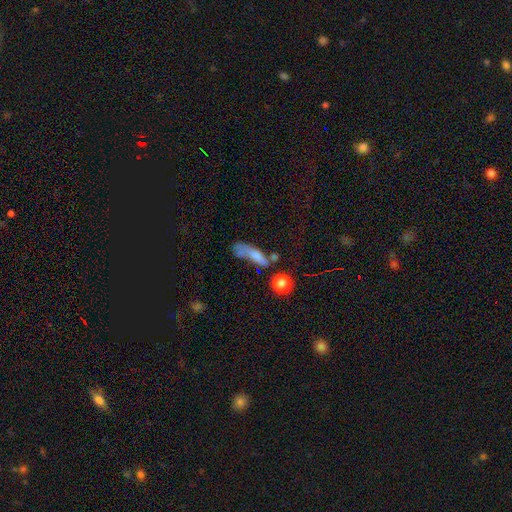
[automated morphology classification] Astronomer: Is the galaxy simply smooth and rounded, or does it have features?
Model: smooth — 62%.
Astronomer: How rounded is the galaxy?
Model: cigar-shaped — 50% (runner-up: in between, 42%).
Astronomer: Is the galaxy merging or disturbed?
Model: none — 29% (runner-up: major disturbance, 28%).